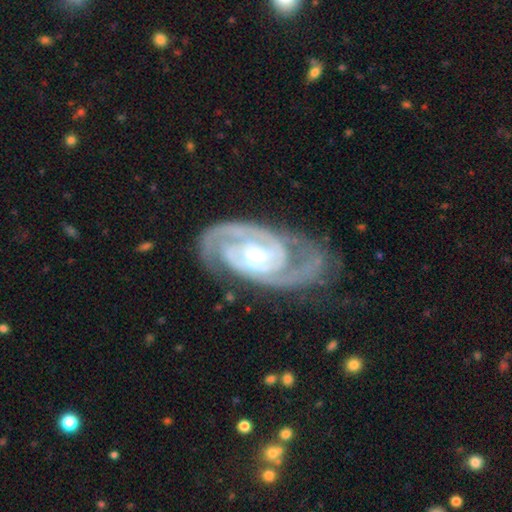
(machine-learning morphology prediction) type=featured or disk (92%); edge-on=no (97%); bar=weak (43%); spiral arms=yes (98%); winding=tight (65%); arm count=2 (79%); bulge=small (51%); merging=none (71%).